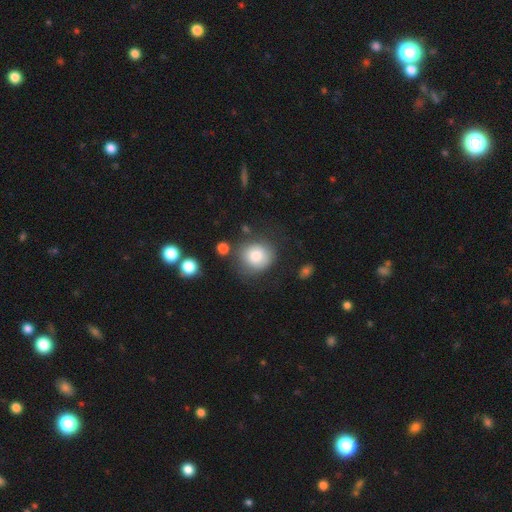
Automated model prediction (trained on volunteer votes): The model was most divided on "merging": none: 69%, minor disturbance: 19%, major disturbance: 8%, merger: 5%. More confident: how rounded — round (81%); smooth or featured — smooth (77%).